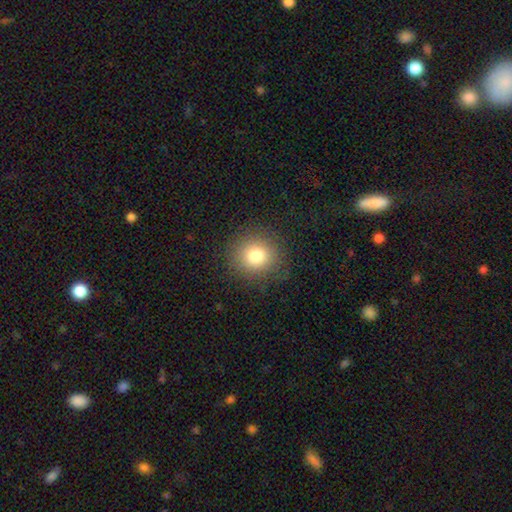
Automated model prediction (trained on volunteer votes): A smooth galaxy with no disk features (80%) that is round (88%).

Vote fractions:
- Smooth or featured? smooth: 80% / star or artifact: 12% / featured or disk: 8%
- How rounded? round: 88% / in between: 11% / cigar-shaped: 1%
- Merging? none: 87% / minor disturbance: 8% / major disturbance: 4% / merger: 1%